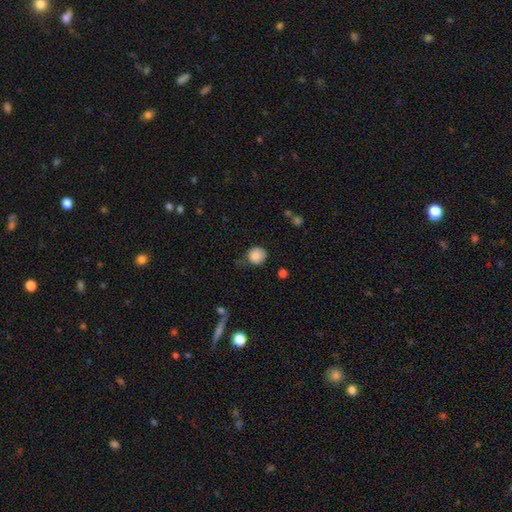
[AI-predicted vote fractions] A smooth galaxy with no disk features (84%) that is round (85%).

Vote fractions:
- Smooth or featured? smooth: 84% / star or artifact: 9% / featured or disk: 7%
- How rounded? round: 85% / in between: 14% / cigar-shaped: 1%
- Merging? none: 64% / minor disturbance: 26% / major disturbance: 7% / merger: 2%